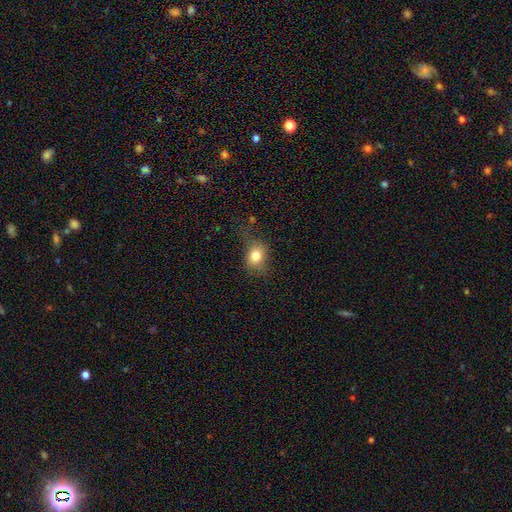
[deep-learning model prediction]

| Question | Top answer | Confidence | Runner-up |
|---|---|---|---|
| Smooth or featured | smooth | 78% | star or artifact (12%) |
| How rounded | round | 51% | in between (48%) |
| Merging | none | 63% | minor disturbance (25%) |